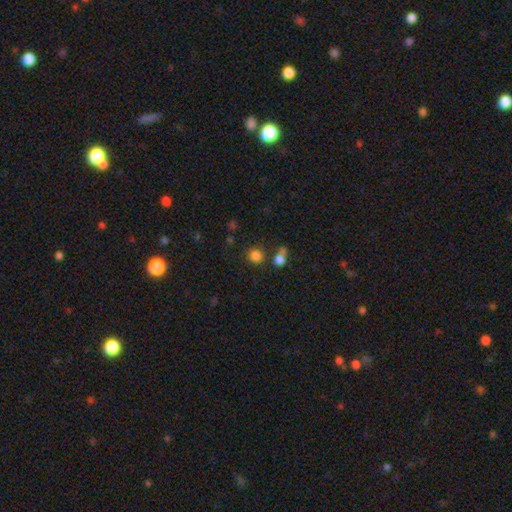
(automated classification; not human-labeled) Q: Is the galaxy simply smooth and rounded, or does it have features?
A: smooth — 82%.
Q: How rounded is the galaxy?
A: round — 89%.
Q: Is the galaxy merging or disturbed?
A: none — 76%.